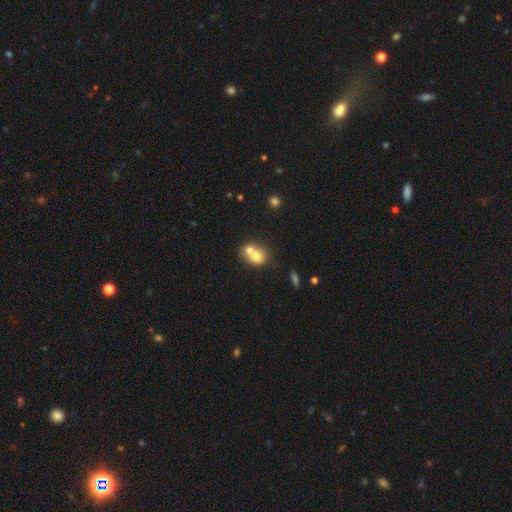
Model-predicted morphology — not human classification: A smooth galaxy with no disk features (70%) that is round (65%). Merging: merger (63%).